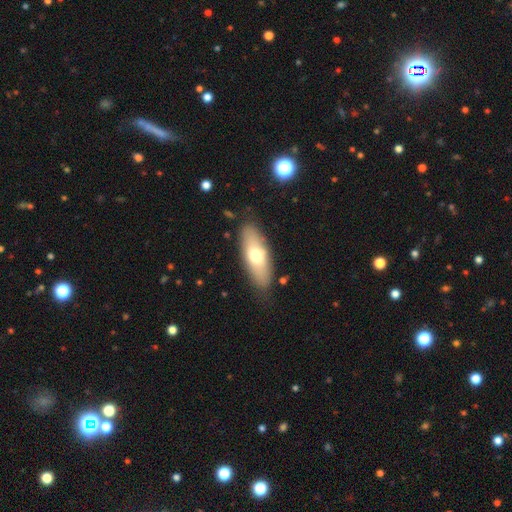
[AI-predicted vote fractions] A smooth galaxy with no disk features (66%) that is in between round and cigar-shaped (71%).

Vote fractions:
- Smooth or featured? smooth: 66% / featured or disk: 28% / star or artifact: 6%
- How rounded? in between: 71% / cigar-shaped: 26% / round: 3%
- Merging? none: 82% / minor disturbance: 12% / major disturbance: 3% / merger: 2%